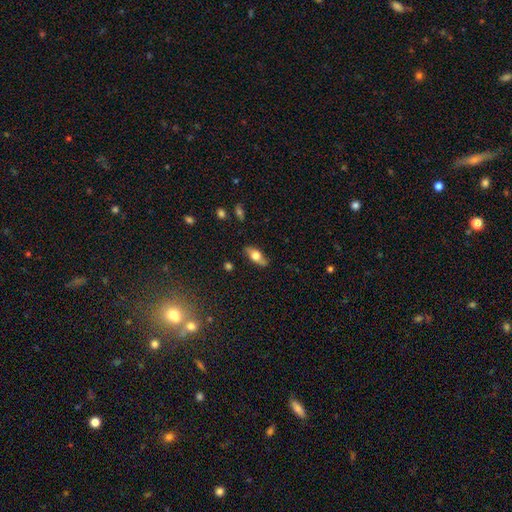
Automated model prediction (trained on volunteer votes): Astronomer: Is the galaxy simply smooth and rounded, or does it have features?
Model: smooth — 55% (runner-up: featured or disk, 38%).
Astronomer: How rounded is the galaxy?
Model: in between — 73%.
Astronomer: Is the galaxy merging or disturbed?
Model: none — 82%.